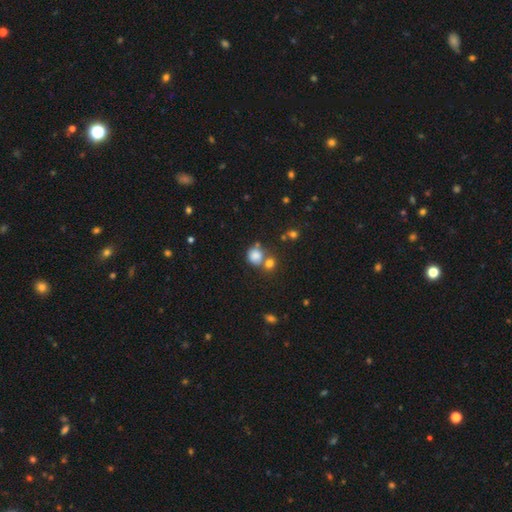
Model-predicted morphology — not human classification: A smooth galaxy with no disk features (81%) that is round (77%).

Vote fractions:
- Smooth or featured? smooth: 81% / star or artifact: 12% / featured or disk: 8%
- How rounded? round: 77% / in between: 22% / cigar-shaped: 1%
- Merging? none: 50% / merger: 32% / minor disturbance: 13% / major disturbance: 5%